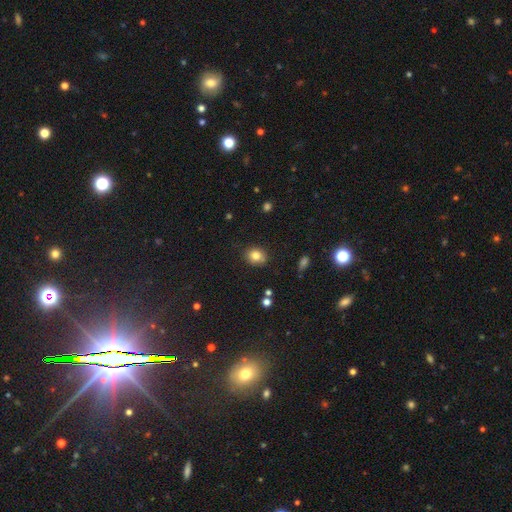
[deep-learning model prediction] This is clearly a smooth galaxy (81%). How rounded: likely round (65%). Merging: clearly none (83%).